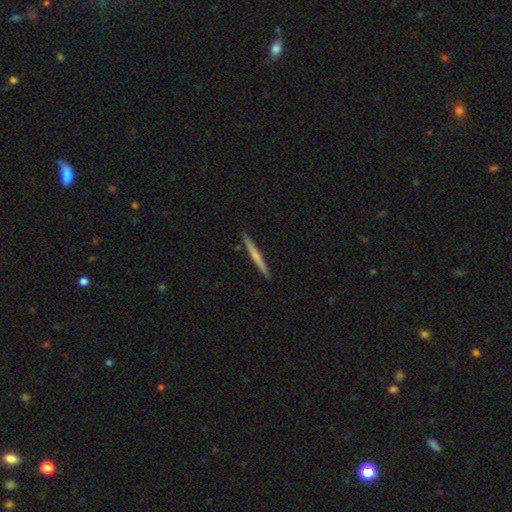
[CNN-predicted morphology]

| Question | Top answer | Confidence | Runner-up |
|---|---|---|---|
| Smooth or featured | smooth | 52% | featured or disk (43%) |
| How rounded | cigar-shaped | 96% | in between (2%) |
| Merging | none | 90% | minor disturbance (7%) |